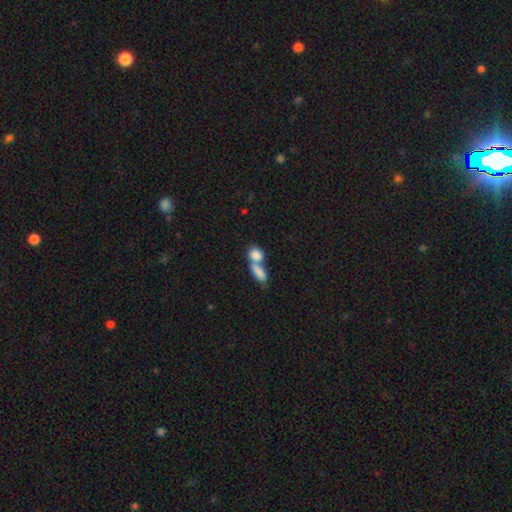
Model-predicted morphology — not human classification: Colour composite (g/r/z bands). It shows a smooth galaxy with no disk features (82%) that is in between round and cigar-shaped (69%). Merging: merger (67%).